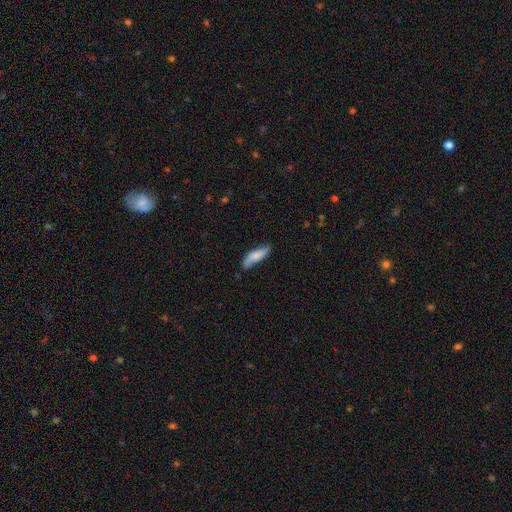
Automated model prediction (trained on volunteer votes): A smooth galaxy with no disk features (71%) that is cigar-shaped (55%). Merging: none (70%).